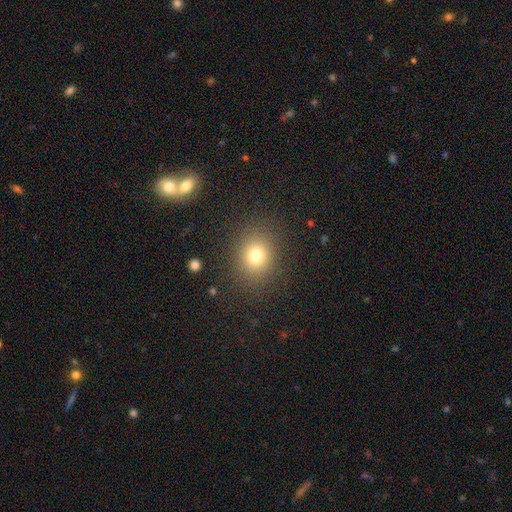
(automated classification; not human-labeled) This appears to be a smooth galaxy with no disk features (77%) that is round (72%). Merging: none (87%).